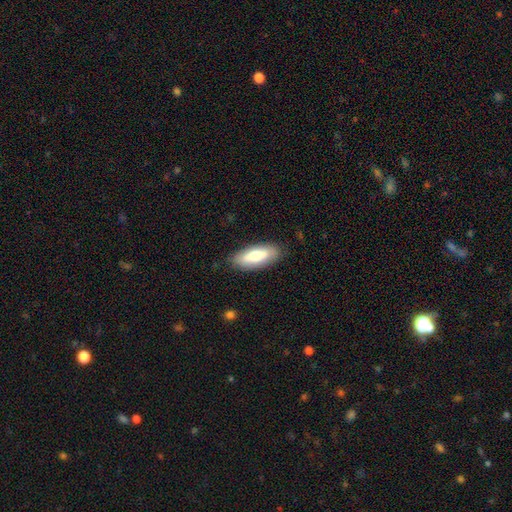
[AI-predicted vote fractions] Overall: smooth (70%). How rounded: in between (78%). Merging: none (84%).